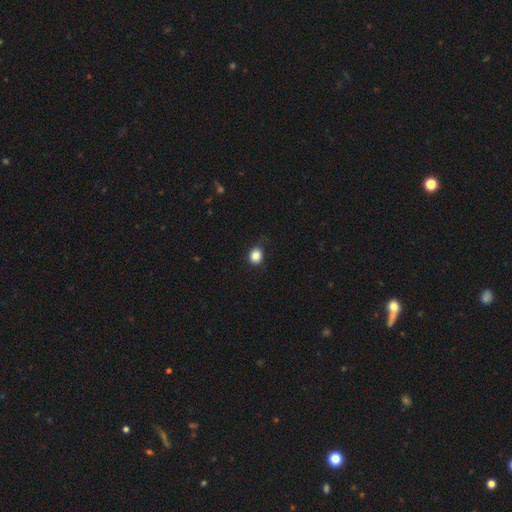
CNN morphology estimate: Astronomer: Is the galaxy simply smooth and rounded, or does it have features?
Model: smooth — 86%.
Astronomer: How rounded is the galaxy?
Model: round — 73%.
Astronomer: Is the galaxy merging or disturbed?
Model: none — 77%.